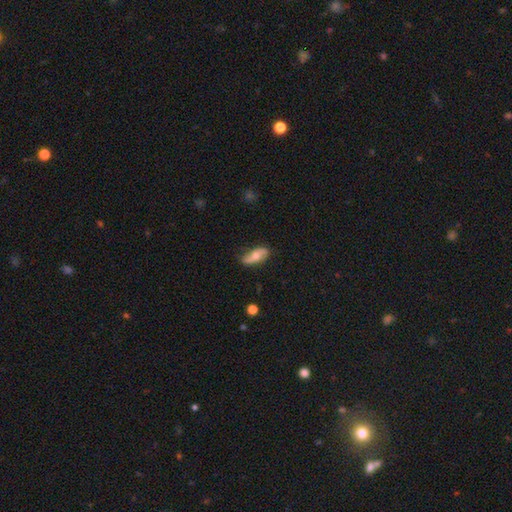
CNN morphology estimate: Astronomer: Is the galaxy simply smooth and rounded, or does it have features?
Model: smooth — 53% (runner-up: featured or disk, 41%).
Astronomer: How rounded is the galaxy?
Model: in between — 76%.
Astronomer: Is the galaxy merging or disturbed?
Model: none — 72%.